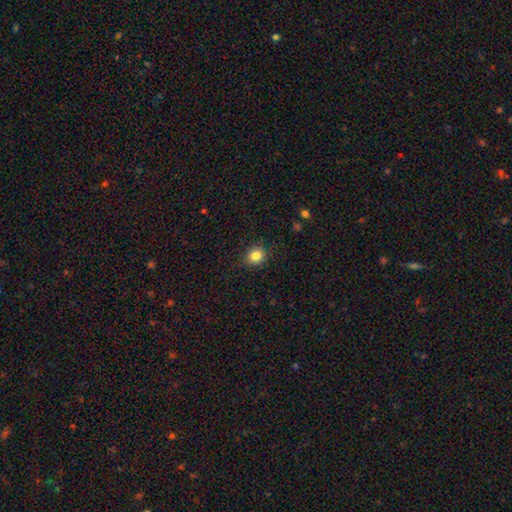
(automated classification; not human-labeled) Smooth or featured?
  - smooth: 84% *
  - star or artifact: 11%
  - featured or disk: 5%
How rounded?
  - round: 76% *
  - in between: 23%
  - cigar-shaped: 1%
Merging?
  - none: 88% *
  - minor disturbance: 9%
  - major disturbance: 2%
  - merger: 1%